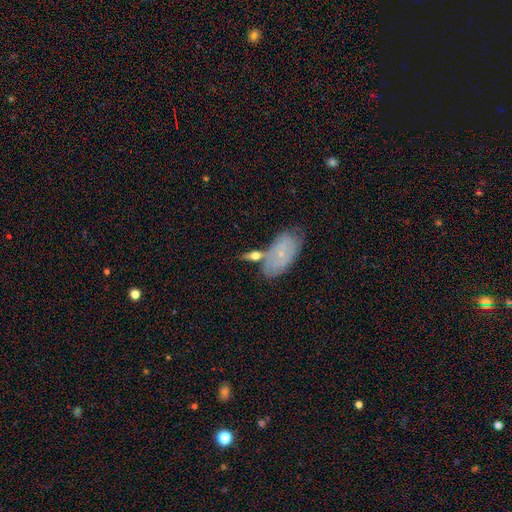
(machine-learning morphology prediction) The model was most divided on "smooth or featured": smooth: 49%, featured or disk: 43%, star or artifact: 8%. Remaining: merging — none (46%).